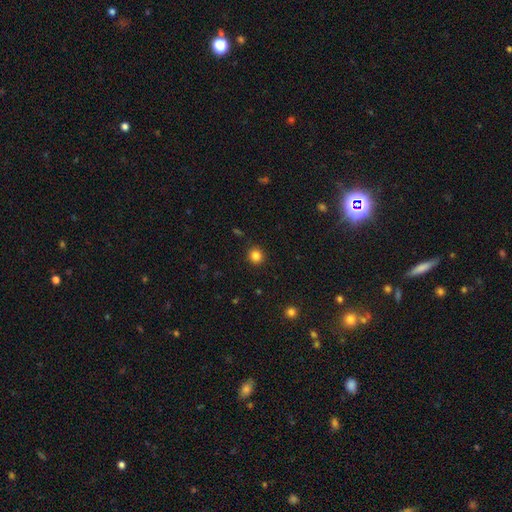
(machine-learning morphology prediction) A smooth galaxy with no disk features (84%) that is round (90%). Merging: none (91%).